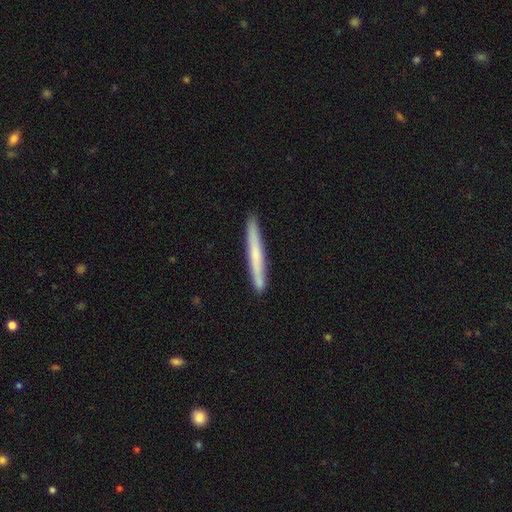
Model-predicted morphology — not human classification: This appears to be a smooth galaxy with no disk features (58%) that is cigar-shaped (97%). Merging: none (88%).